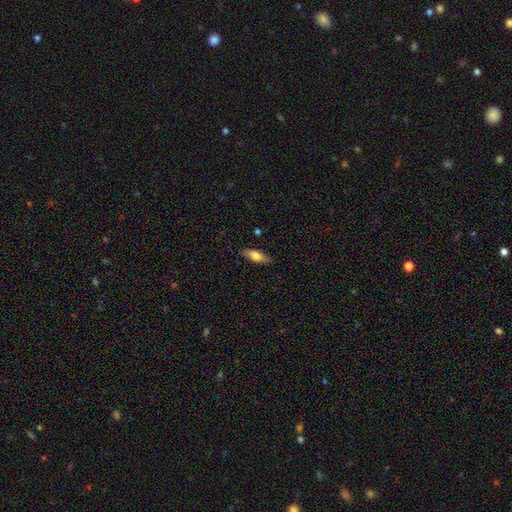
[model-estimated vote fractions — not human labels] The model was most divided on "how rounded": in between: 63%, cigar-shaped: 35%, round: 3%. More confident: merging — none (83%); smooth or featured — smooth (67%).